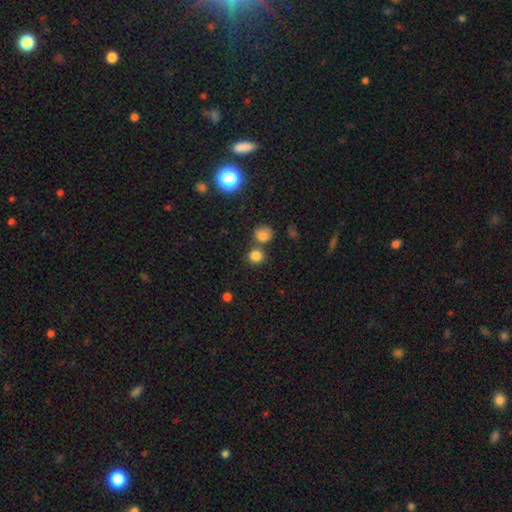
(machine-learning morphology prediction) smooth_or_featured: smooth (p=0.80) [alt: star or artifact p=0.14]
how_rounded: round (p=0.85) [alt: in between p=0.14]
merging: none (p=0.67) [alt: merger p=0.22]